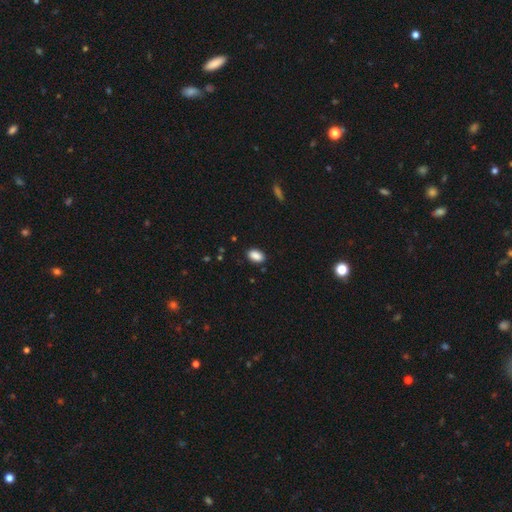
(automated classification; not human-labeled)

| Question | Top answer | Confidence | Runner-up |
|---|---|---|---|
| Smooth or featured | smooth | 89% | star or artifact (8%) |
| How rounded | in between | 91% | round (8%) |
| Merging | none | 87% | minor disturbance (10%) |